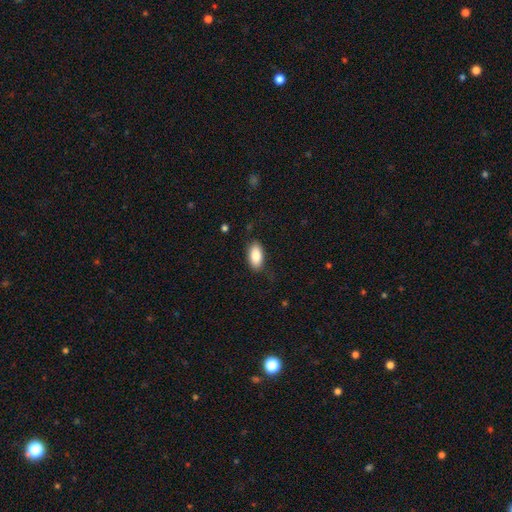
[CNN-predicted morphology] Smooth or featured: smooth — 85% (featured or disk — 8%)
How rounded: in between — 92% (cigar-shaped — 5%)
Merging: none — 80% (minor disturbance — 15%)